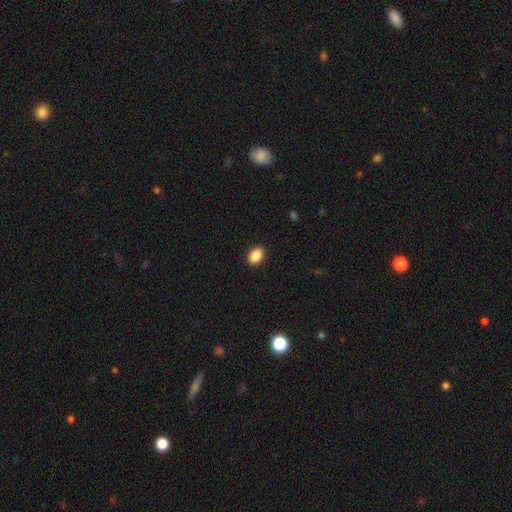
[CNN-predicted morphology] smooth-or-featured: smooth: 89% | star or artifact: 8% | featured or disk: 3%
  how-rounded: in between: 75% | round: 24% | cigar-shaped: 1%
  merging: none: 91% | minor disturbance: 6% | major disturbance: 2% | merger: 1%